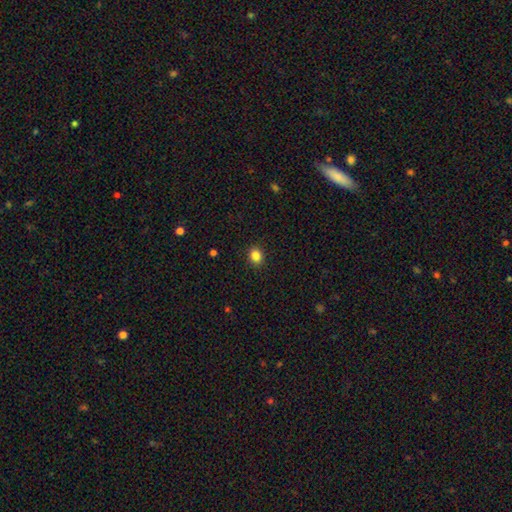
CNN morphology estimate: smooth 85%, star or artifact 11%, featured or disk 4%. Down the decision tree: how rounded — round (66%); merging — none (91%).